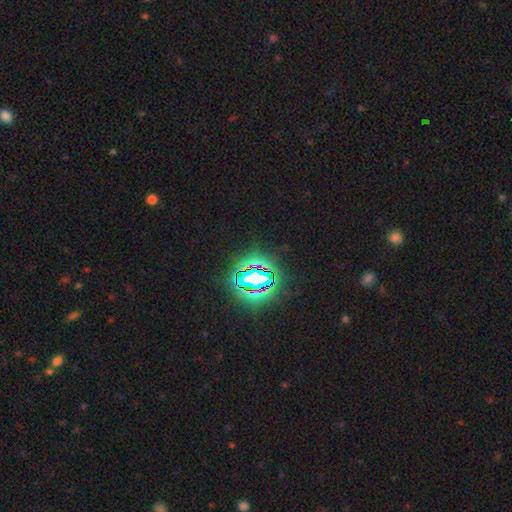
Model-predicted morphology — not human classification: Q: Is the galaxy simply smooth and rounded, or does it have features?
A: star or artifact — 81%.